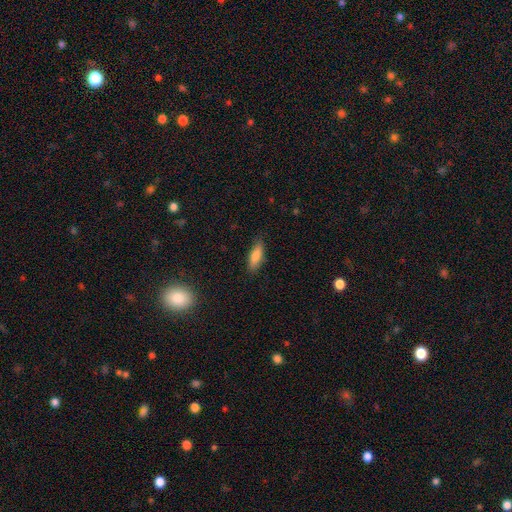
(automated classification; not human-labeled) This is clearly a smooth galaxy (81%). How rounded: possibly in between (54%). Merging: clearly none (83%).